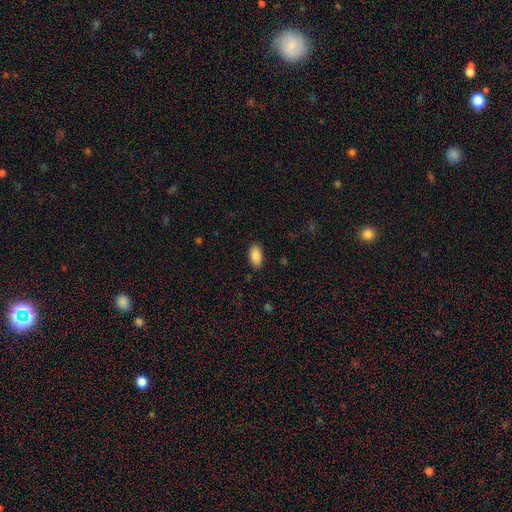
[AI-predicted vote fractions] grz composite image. It shows a smooth galaxy with no disk features (88%) that is in between round and cigar-shaped (93%). Merging: none (88%).